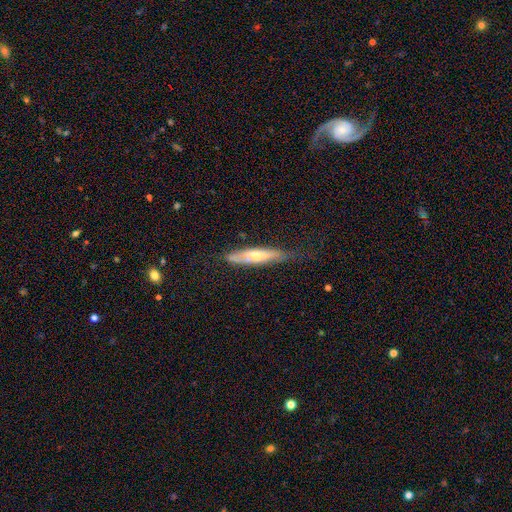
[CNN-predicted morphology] Smooth or featured? Predicted: smooth (p=0.51). How rounded? Predicted: cigar-shaped (p=0.80). Merging? Predicted: none (p=0.63).